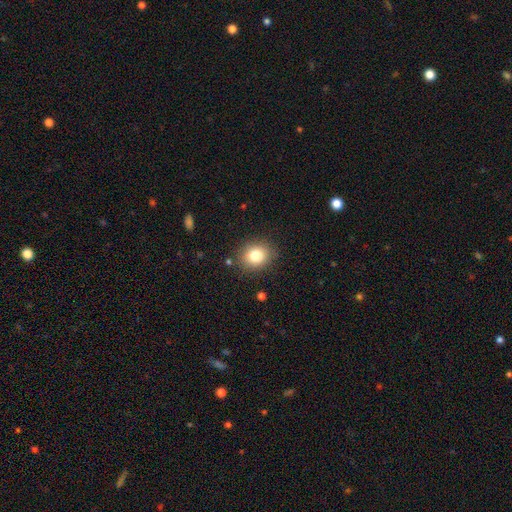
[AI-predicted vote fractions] A smooth galaxy with no disk features (80%) that is round (66%).

Vote fractions:
- Smooth or featured? smooth: 80% / star or artifact: 11% / featured or disk: 9%
- How rounded? round: 66% / in between: 34% / cigar-shaped: 1%
- Merging? none: 86% / minor disturbance: 9% / major disturbance: 3% / merger: 2%